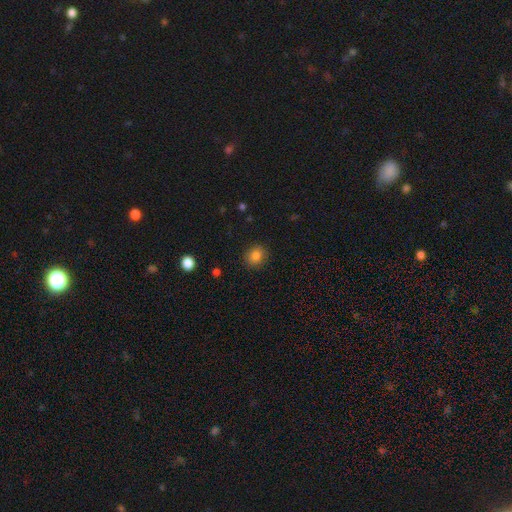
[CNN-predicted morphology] This is clearly a smooth galaxy (84%). How rounded: likely round (71%). Merging: clearly none (89%).